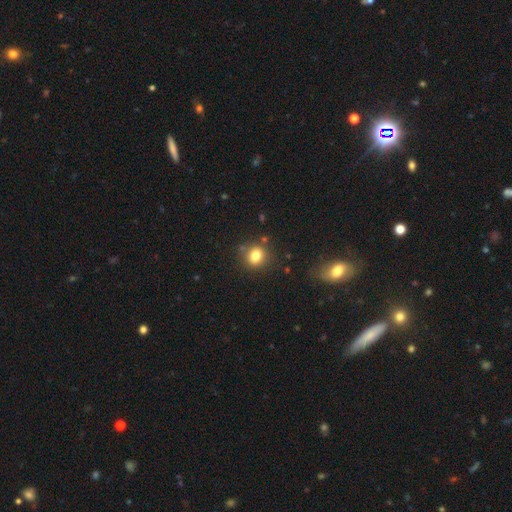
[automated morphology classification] Q: Smooth or featured?
A: smooth (80%); runner-up: star or artifact (12%)
Q: How rounded?
A: round (73%); runner-up: in between (26%)
Q: Merging?
A: none (82%); runner-up: minor disturbance (11%)